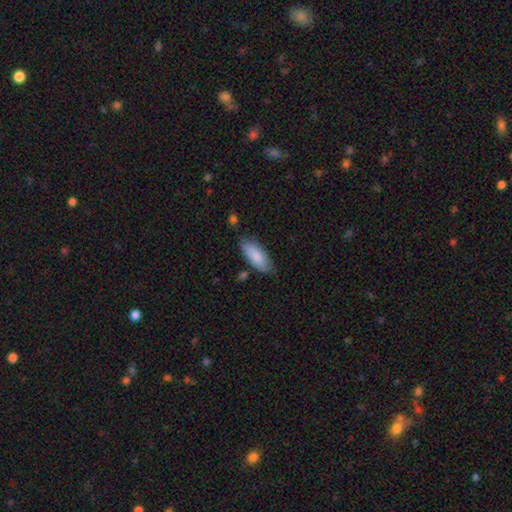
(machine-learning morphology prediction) smooth_or_featured: smooth (p=0.85) [alt: featured or disk p=0.09]
how_rounded: in between (p=0.82) [alt: cigar-shaped p=0.16]
merging: none (p=0.75) [alt: minor disturbance p=0.18]